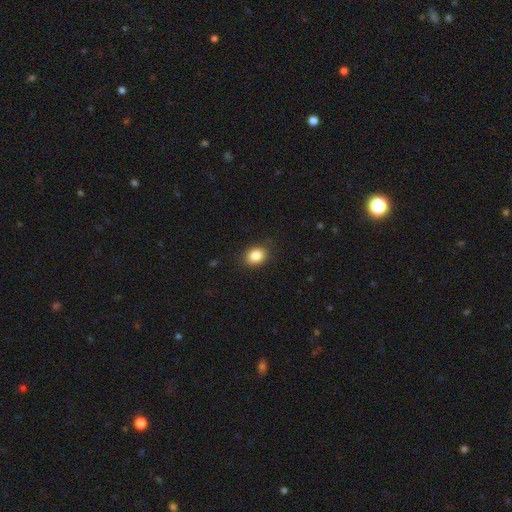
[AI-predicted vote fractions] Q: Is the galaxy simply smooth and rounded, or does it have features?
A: smooth — 85%.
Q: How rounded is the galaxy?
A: in between — 54%.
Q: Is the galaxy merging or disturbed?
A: none — 87%.